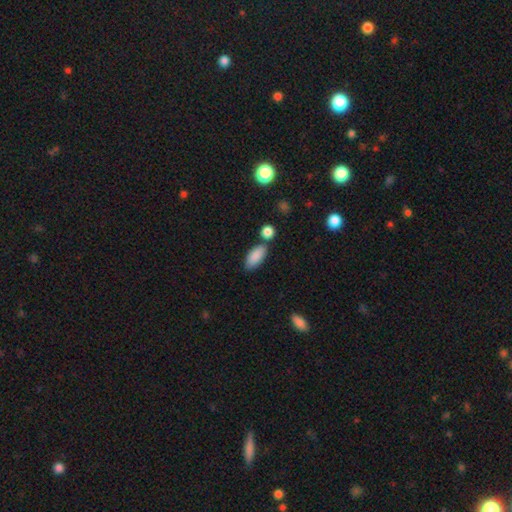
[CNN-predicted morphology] Smooth or featured?
  - smooth: 88% *
  - star or artifact: 7%
  - featured or disk: 6%
How rounded?
  - in between: 87% *
  - cigar-shaped: 11%
  - round: 3%
Merging?
  - none: 70% *
  - minor disturbance: 14%
  - merger: 13%
  - major disturbance: 3%